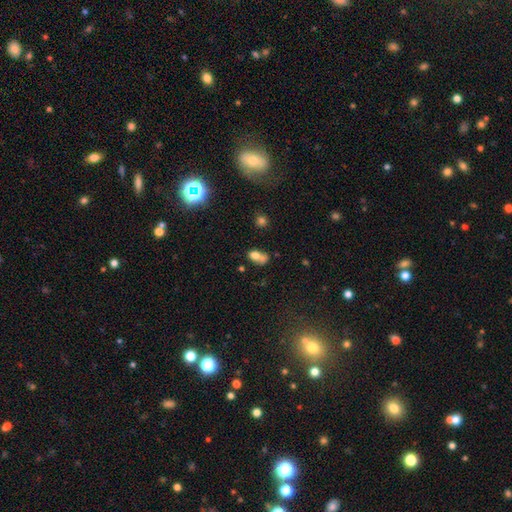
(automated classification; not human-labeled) A smooth galaxy with no disk features (70%) that is in between round and cigar-shaped (71%). Merging: merger (41%).